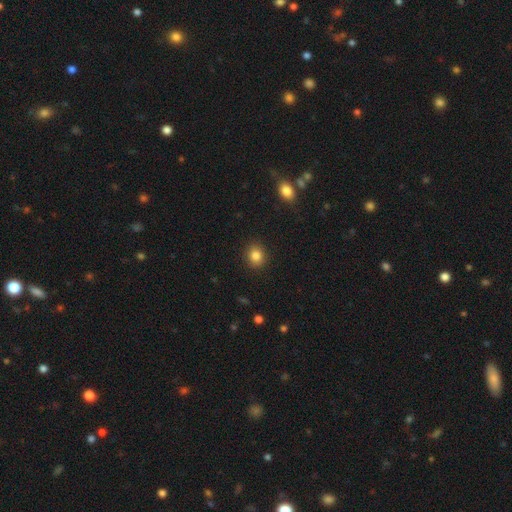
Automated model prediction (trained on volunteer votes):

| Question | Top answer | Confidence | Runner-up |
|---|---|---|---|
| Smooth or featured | smooth | 84% | star or artifact (11%) |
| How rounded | round | 72% | in between (27%) |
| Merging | none | 90% | minor disturbance (7%) |